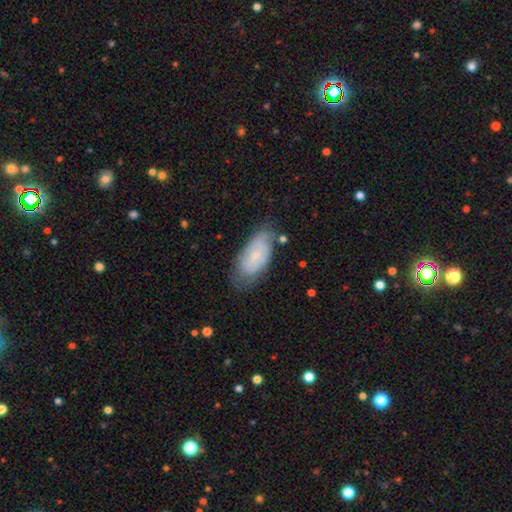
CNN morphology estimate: A smooth galaxy with no disk features (54%) that is in between round and cigar-shaped (90%). Merging: none (61%).